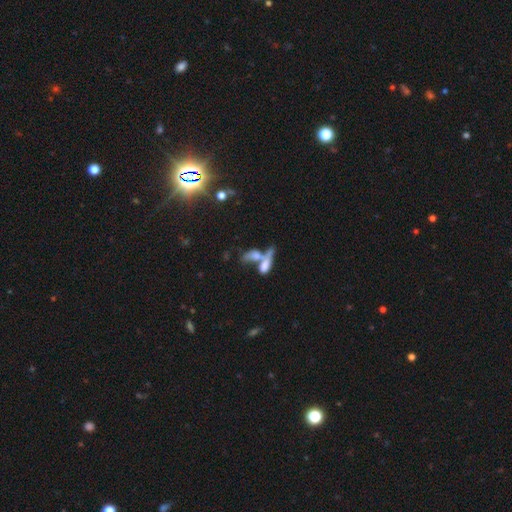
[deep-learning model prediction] smooth-or-featured: smooth: 57% | featured or disk: 31% | star or artifact: 12%
  how-rounded: in between: 64% | cigar-shaped: 29% | round: 7%
  merging: merger: 66% | none: 19% | major disturbance: 8% | minor disturbance: 8%